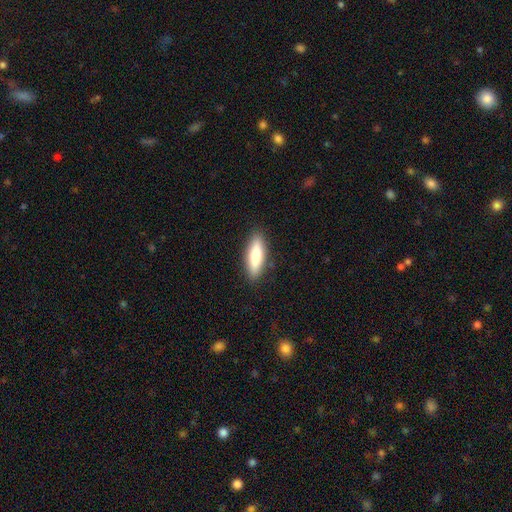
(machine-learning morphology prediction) This is likely a smooth galaxy (77%). How rounded: possibly cigar-shaped (53%). Merging: clearly none (88%).